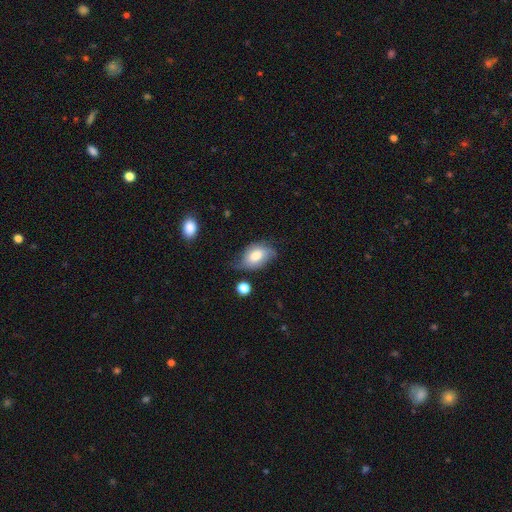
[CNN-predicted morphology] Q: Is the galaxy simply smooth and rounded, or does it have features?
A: smooth — 66%.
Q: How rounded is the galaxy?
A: in between — 88%.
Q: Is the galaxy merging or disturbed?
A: none — 44%.